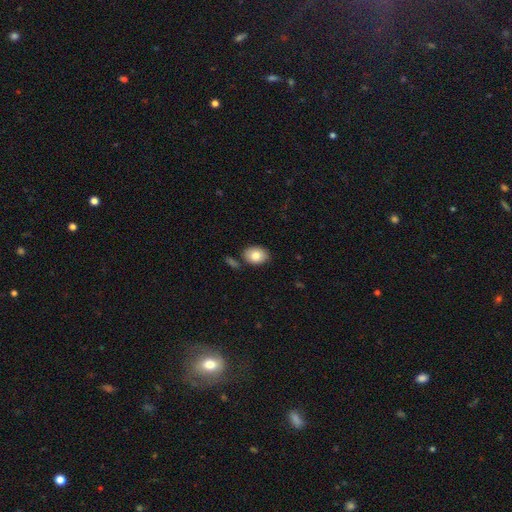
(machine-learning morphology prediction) type=smooth (82%); roundness=in between (76%); merging=none (81%).